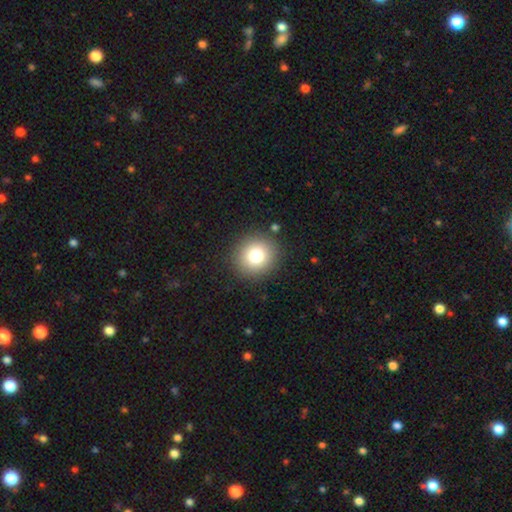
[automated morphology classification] A smooth galaxy with no disk features (78%) that is round (91%). Merging: none (89%).